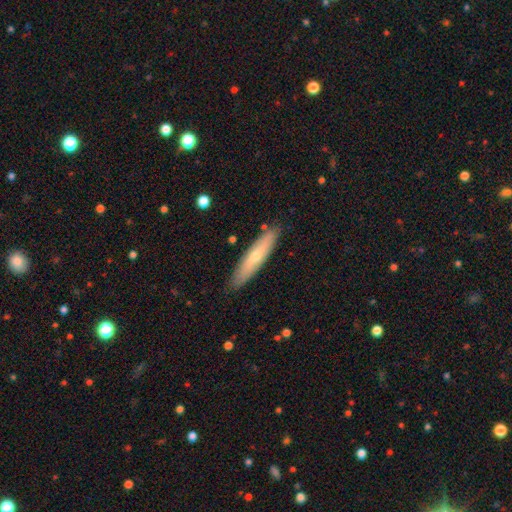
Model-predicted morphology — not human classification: type=smooth (53%); roundness=cigar-shaped (83%); merging=none (87%).